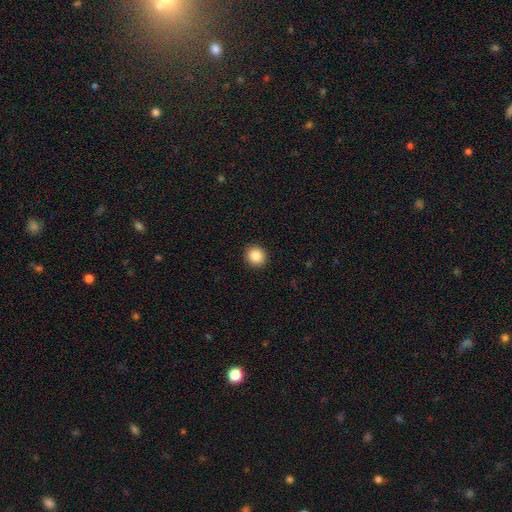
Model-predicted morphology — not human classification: Q: Smooth or featured?
A: smooth (85%); runner-up: star or artifact (10%)
Q: How rounded?
A: round (91%); runner-up: in between (8%)
Q: Merging?
A: none (93%); runner-up: minor disturbance (5%)